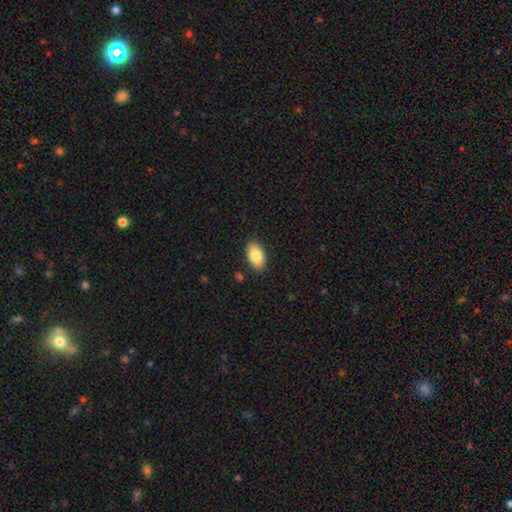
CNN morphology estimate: smooth_or_featured: smooth (p=0.82) [alt: featured or disk p=0.11]
how_rounded: in between (p=0.93) [alt: round p=0.05]
merging: none (p=0.88) [alt: minor disturbance p=0.09]